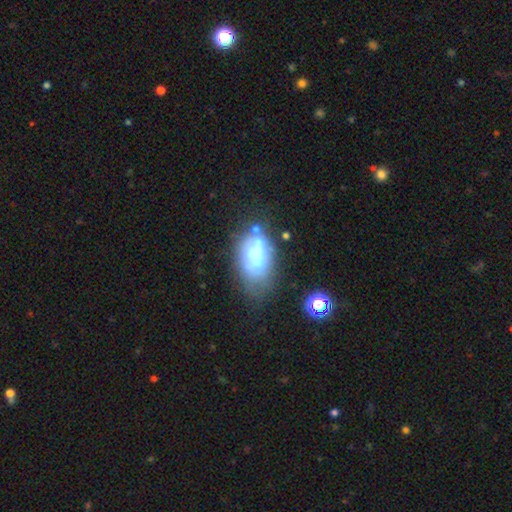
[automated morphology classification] smooth_or_featured: smooth (p=0.47) [alt: featured or disk p=0.40]
merging: none (p=0.33) [alt: merger p=0.24]